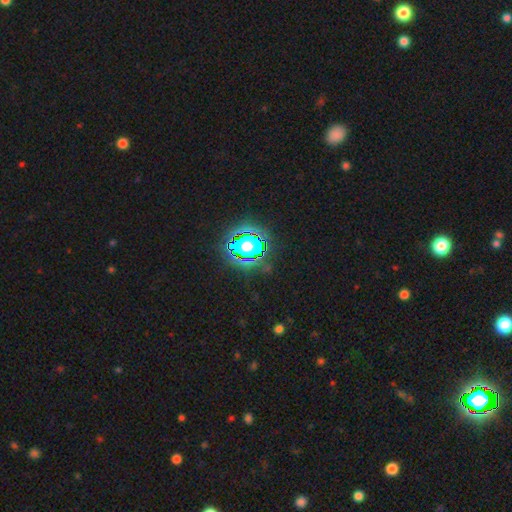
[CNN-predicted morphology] This is clearly a star or artifact rather than a galaxy (81%).